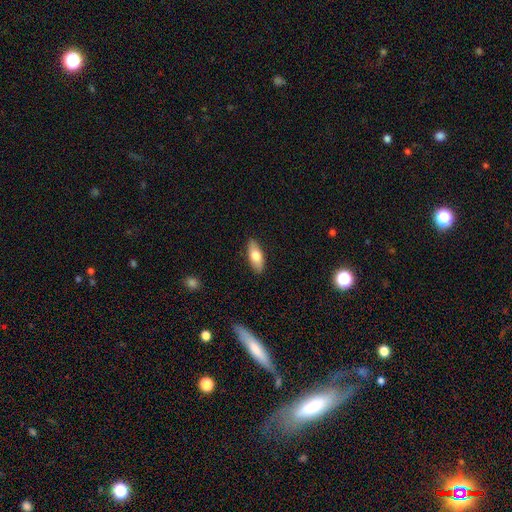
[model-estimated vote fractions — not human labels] A smooth galaxy with no disk features (75%) that is in between round and cigar-shaped (80%).

Vote fractions:
- Smooth or featured? smooth: 75% / featured or disk: 19% / star or artifact: 6%
- How rounded? in between: 80% / cigar-shaped: 18% / round: 2%
- Merging? none: 88% / minor disturbance: 9% / major disturbance: 2% / merger: 1%